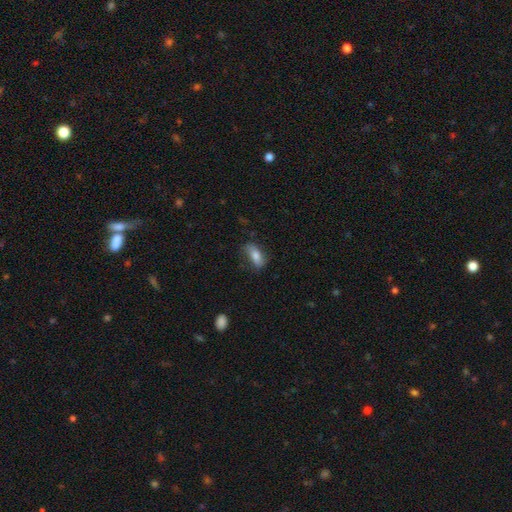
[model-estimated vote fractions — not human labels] Q: Smooth or featured?
A: smooth (75%); runner-up: featured or disk (18%)
Q: How rounded?
A: in between (80%); runner-up: cigar-shaped (16%)
Q: Merging?
A: none (65%); runner-up: minor disturbance (25%)